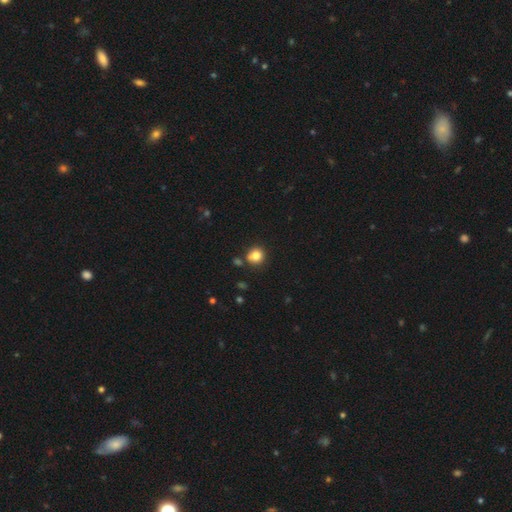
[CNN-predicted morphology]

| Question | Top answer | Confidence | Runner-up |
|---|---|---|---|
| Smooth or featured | smooth | 81% | star or artifact (12%) |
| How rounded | round | 90% | in between (10%) |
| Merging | none | 74% | merger (12%) |